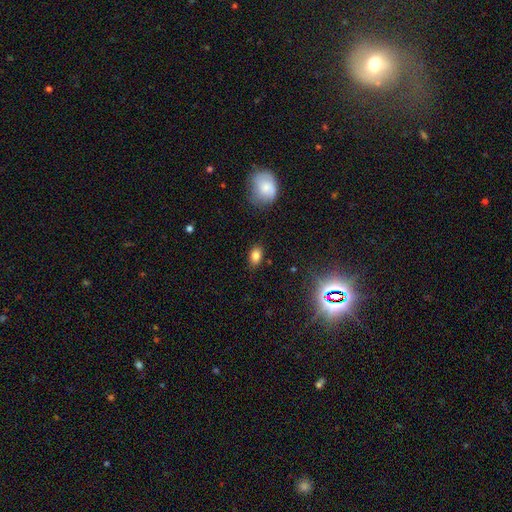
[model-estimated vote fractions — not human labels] Smooth or featured: smooth — 80% (star or artifact — 13%)
How rounded: in between — 82% (round — 16%)
Merging: none — 83% (minor disturbance — 13%)